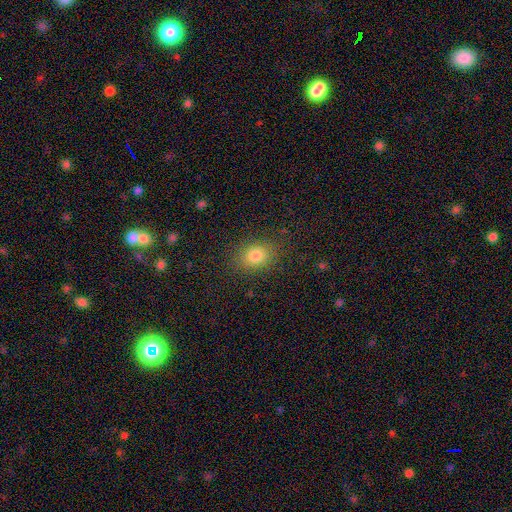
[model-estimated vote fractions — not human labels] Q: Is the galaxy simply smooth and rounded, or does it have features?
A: smooth — 81%.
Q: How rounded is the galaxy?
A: in between — 55%.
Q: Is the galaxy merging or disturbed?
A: none — 84%.